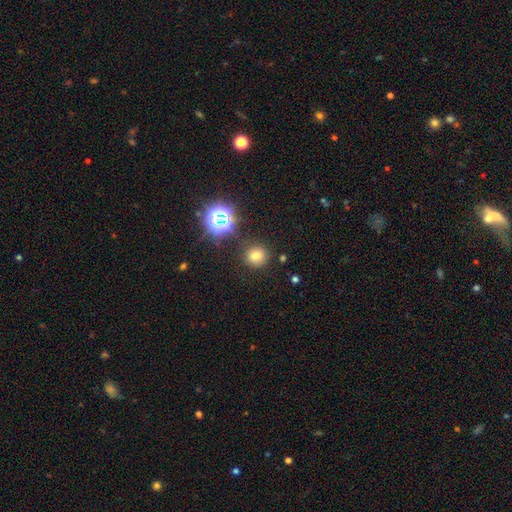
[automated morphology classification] A smooth galaxy with no disk features (70%) that is round (87%). Merging: none (84%).